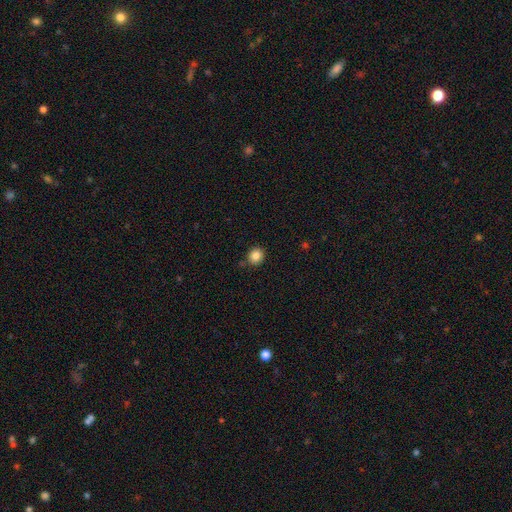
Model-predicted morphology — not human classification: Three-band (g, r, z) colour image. It shows a smooth galaxy with no disk features (85%) that is round (84%). Merging: none (83%).